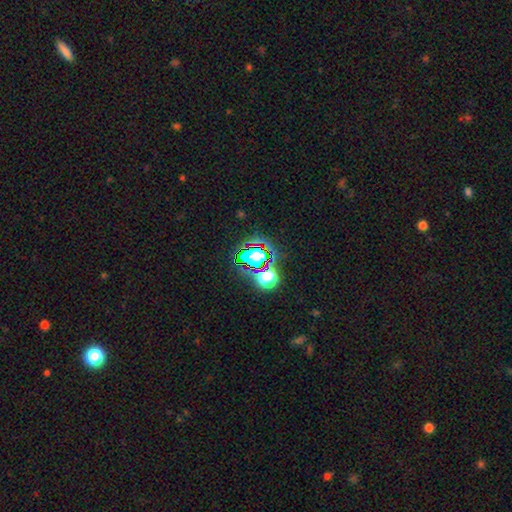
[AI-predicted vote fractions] smooth-or-featured: star or artifact: 62% | smooth: 26% | featured or disk: 12%